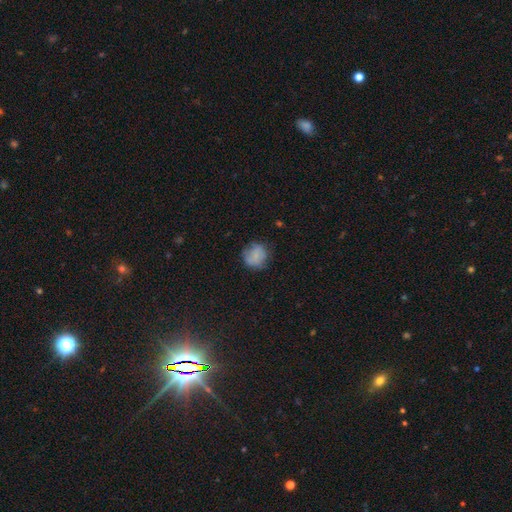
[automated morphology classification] Q: Smooth or featured?
A: smooth (73%); runner-up: featured or disk (17%)
Q: How rounded?
A: round (83%); runner-up: in between (16%)
Q: Merging?
A: none (68%); runner-up: minor disturbance (22%)